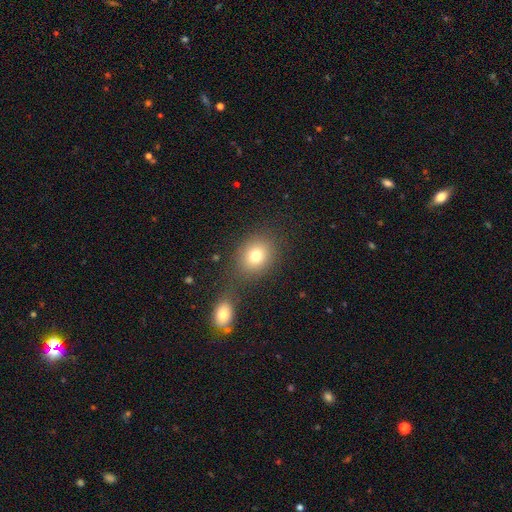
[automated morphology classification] Smooth or featured: smooth — 77% (star or artifact — 13%)
How rounded: round — 60% (in between — 39%)
Merging: none — 71% (merger — 14%)